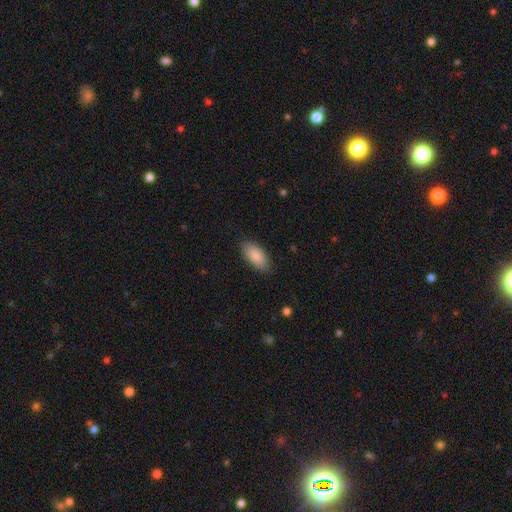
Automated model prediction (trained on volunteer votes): Smooth or featured? Predicted: smooth (p=0.86). How rounded? Predicted: in between (p=0.90). Merging? Predicted: none (p=0.86).